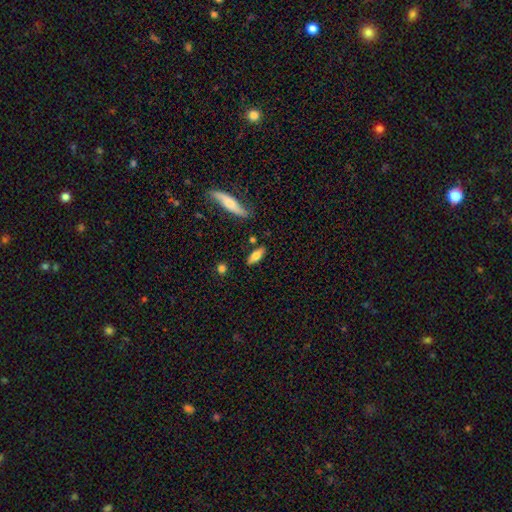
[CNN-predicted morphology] The model was most divided on "how rounded": in between: 62%, cigar-shaped: 36%, round: 3%. More confident: merging — none (82%); smooth or featured — smooth (67%).